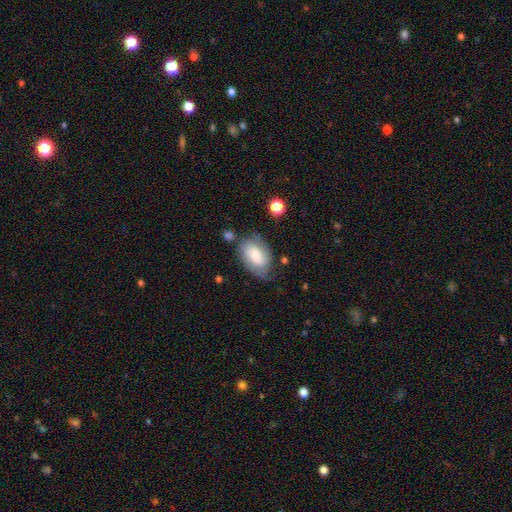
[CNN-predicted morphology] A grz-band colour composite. It shows a smooth galaxy with no disk features (56%) that is in between round and cigar-shaped (89%). Merging: none (60%).